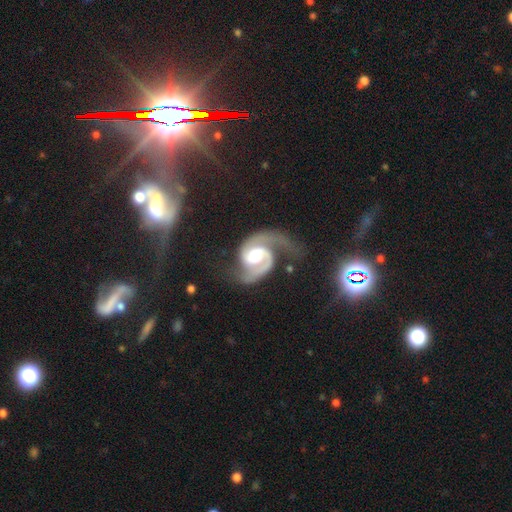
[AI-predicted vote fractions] Smooth or featured: featured or disk — 93% (smooth — 3%)
Edge-on disk: no — 98% (yes — 2%)
Bar: weak — 46% (no — 36%)
Spiral arms: yes — 98% (no — 2%)
Spiral winding: medium — 58% (tight — 25%)
Spiral arm count: 2 — 91% (1 — 4%)
Bulge size: moderate — 66% (large — 21%)
Merging: none — 58% (minor disturbance — 21%)